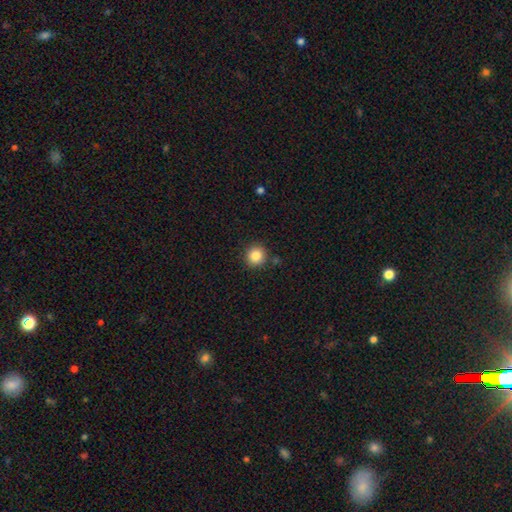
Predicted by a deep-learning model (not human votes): Smooth or featured? smooth (85%)
How rounded? round (93%)
Merging? none (88%)